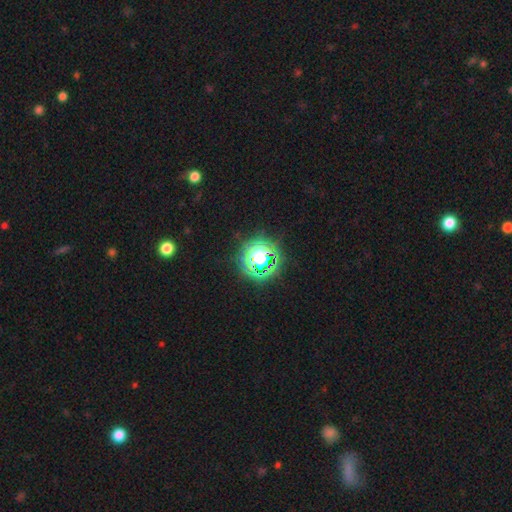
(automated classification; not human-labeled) star or artifact 64%, smooth 25%, featured or disk 11%.